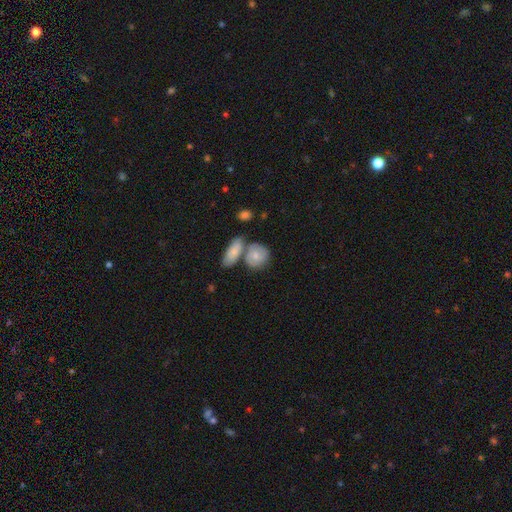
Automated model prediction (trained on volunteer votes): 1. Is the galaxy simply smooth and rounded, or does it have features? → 65% smooth, 29% featured or disk, 6% star or artifact.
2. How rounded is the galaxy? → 65% round, 32% in between, 3% cigar-shaped.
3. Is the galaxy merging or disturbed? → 48% none, 34% merger, 14% minor disturbance, 4% major disturbance.